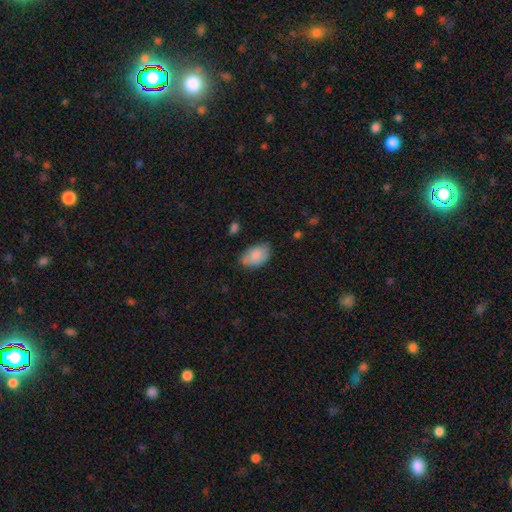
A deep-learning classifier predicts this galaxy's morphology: smooth_or_featured: smooth (p=0.83) [alt: featured or disk p=0.10]
how_rounded: in between (p=0.91) [alt: round p=0.08]
merging: none (p=0.65) [alt: minor disturbance p=0.27]